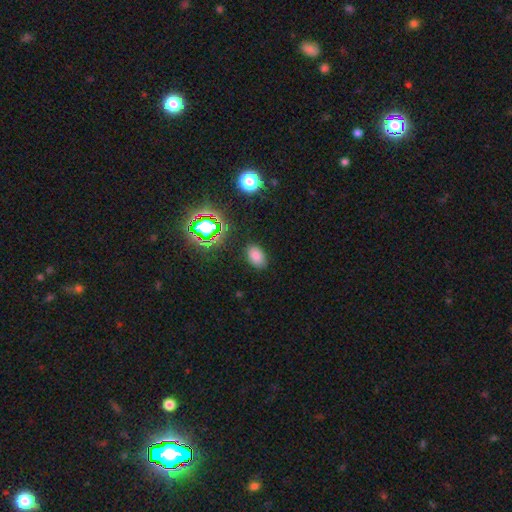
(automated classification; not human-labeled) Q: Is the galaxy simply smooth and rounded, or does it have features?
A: smooth — 75%.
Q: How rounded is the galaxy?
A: in between — 87%.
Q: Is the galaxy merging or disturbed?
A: none — 85%.